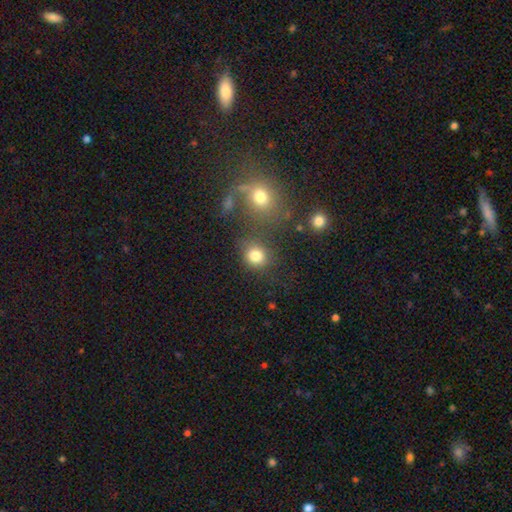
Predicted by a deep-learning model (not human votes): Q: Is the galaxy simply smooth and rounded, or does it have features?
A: smooth — 81%.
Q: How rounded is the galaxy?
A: round — 80%.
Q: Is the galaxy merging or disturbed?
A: none — 70%.